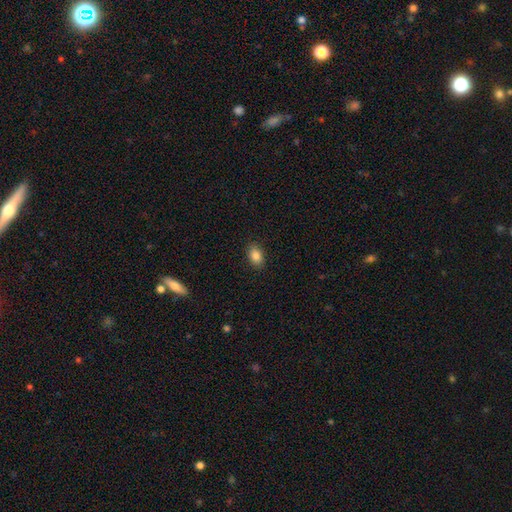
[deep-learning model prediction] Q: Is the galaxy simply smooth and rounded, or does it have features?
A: smooth — 85%.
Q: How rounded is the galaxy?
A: in between — 86%.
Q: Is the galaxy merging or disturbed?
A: none — 89%.